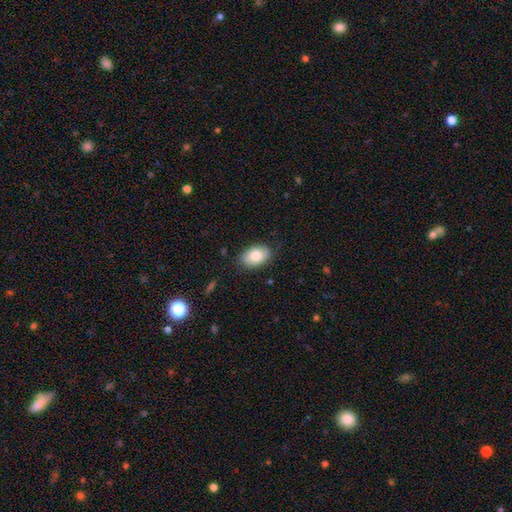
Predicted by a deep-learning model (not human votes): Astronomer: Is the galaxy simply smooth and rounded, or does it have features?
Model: smooth — 82%.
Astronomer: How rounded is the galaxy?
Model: in between — 88%.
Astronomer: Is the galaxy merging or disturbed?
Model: none — 80%.